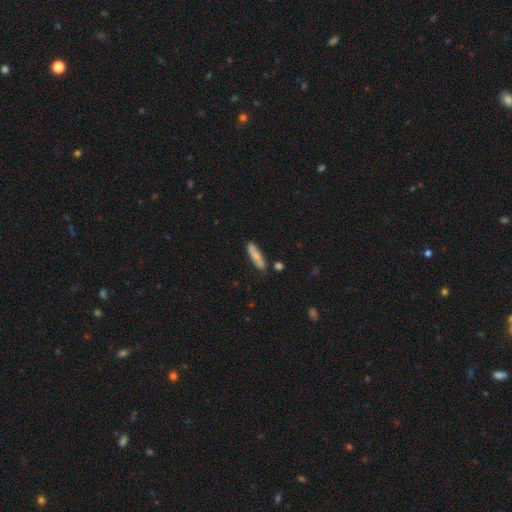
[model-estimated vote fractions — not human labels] Overall: smooth (76%). How rounded: cigar-shaped (79%). Merging: none (81%).